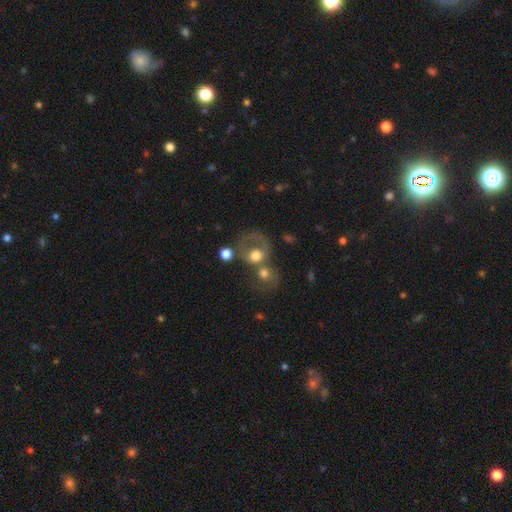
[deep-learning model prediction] smooth 58%, featured or disk 31%, star or artifact 11%. Down the decision tree: how rounded — round (71%); merging — merger (50%).